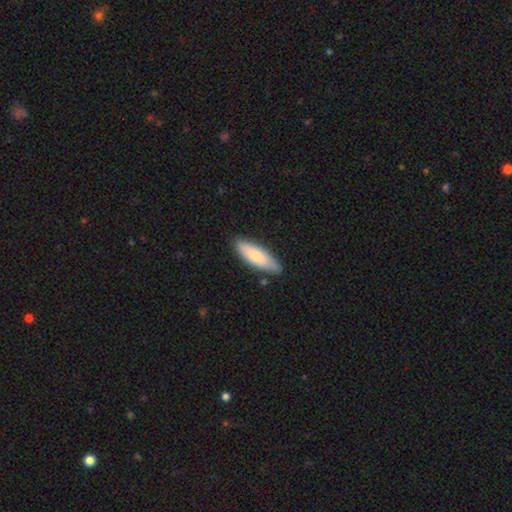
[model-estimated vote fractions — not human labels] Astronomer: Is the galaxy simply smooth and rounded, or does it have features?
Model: smooth — 81%.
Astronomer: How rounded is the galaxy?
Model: in between — 53% (runner-up: cigar-shaped, 46%).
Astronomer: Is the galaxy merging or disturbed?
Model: none — 83%.